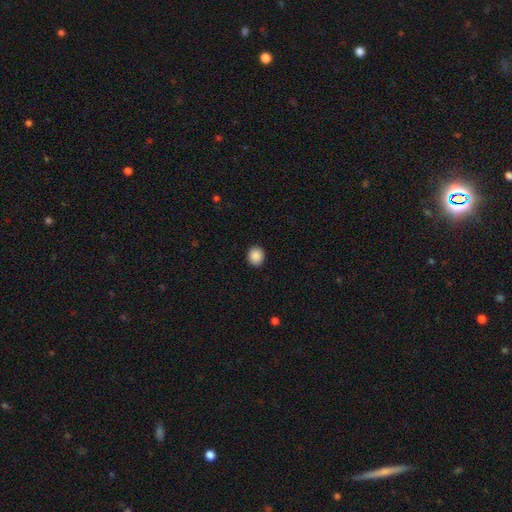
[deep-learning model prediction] A smooth galaxy with no disk features (89%) that is round (80%).

Vote fractions:
- Smooth or featured? smooth: 89% / star or artifact: 9% / featured or disk: 2%
- How rounded? round: 80% / in between: 19% / cigar-shaped: 1%
- Merging? none: 92% / minor disturbance: 6% / major disturbance: 2% / merger: 1%